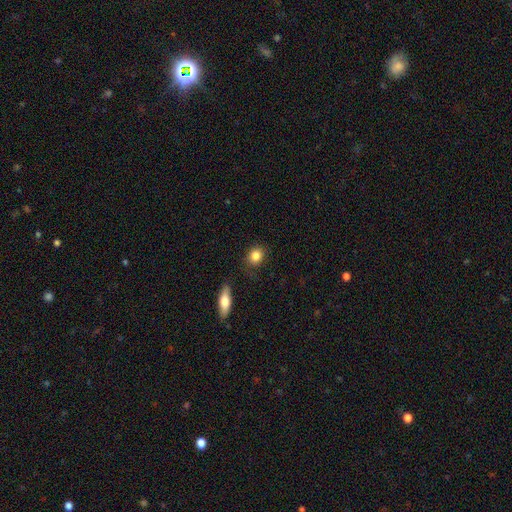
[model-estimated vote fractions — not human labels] This is clearly a smooth galaxy (84%). How rounded: likely round (63%). Merging: clearly none (83%).